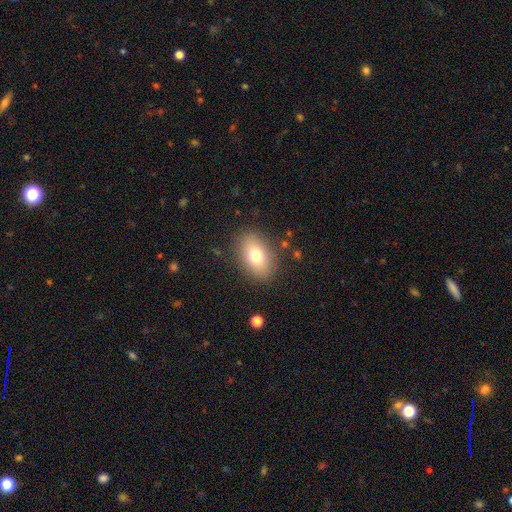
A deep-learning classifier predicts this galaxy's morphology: A smooth galaxy with no disk features (73%) that is in between round and cigar-shaped (84%). Merging: none (85%).